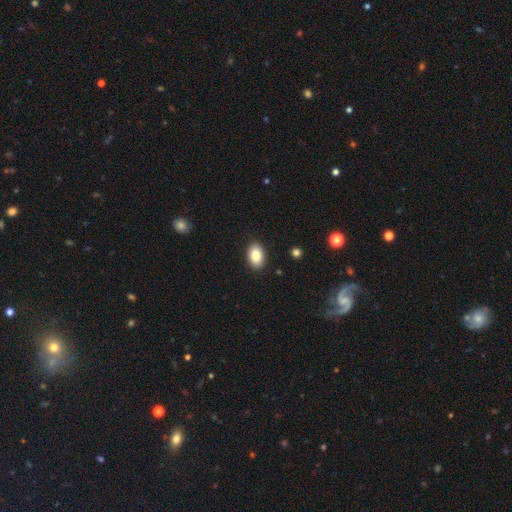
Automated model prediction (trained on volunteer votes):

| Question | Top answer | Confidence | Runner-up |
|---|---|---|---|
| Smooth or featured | smooth | 84% | featured or disk (8%) |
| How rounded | in between | 90% | round (9%) |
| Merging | none | 89% | minor disturbance (8%) |